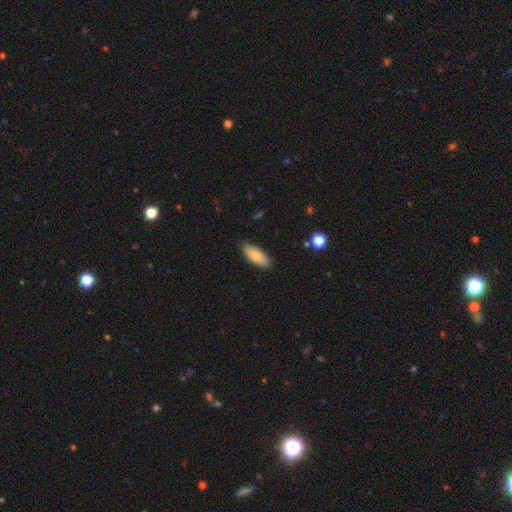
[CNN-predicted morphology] smooth_or_featured: smooth (p=0.83) [alt: featured or disk p=0.11]
how_rounded: in between (p=0.75) [alt: cigar-shaped p=0.23]
merging: none (p=0.87) [alt: minor disturbance p=0.10]